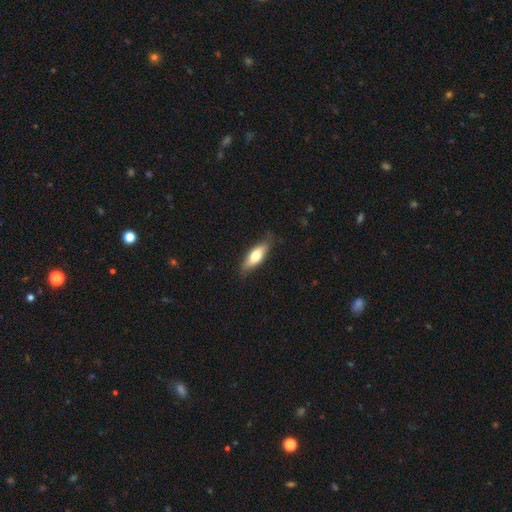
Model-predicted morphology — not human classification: Smooth or featured?
  - smooth: 68% *
  - featured or disk: 26%
  - star or artifact: 6%
How rounded?
  - in between: 62% *
  - cigar-shaped: 36%
  - round: 2%
Merging?
  - none: 78% *
  - minor disturbance: 18%
  - major disturbance: 3%
  - merger: 1%